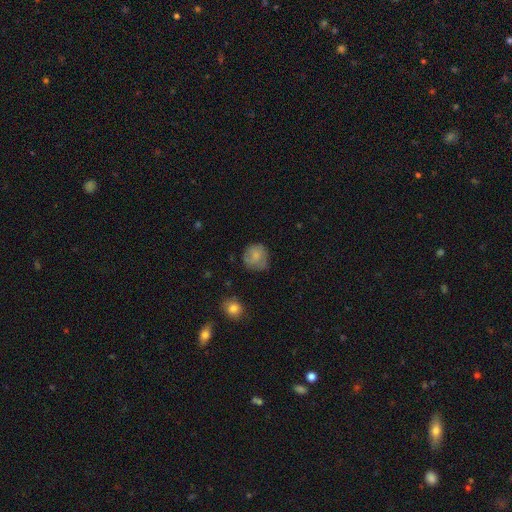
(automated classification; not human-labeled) smooth 72%, featured or disk 19%, star or artifact 8%. Down the decision tree: how rounded — round (86%); merging — none (64%).